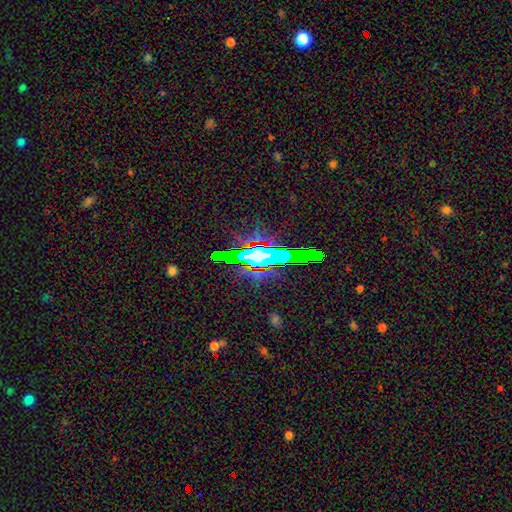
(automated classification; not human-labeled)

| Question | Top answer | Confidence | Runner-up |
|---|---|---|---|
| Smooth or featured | star or artifact | 57% | featured or disk (22%) |